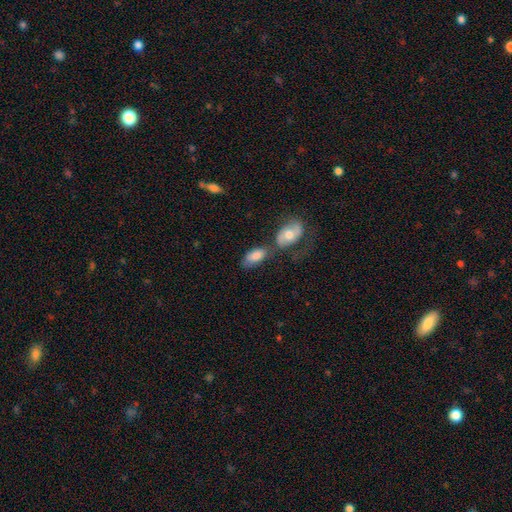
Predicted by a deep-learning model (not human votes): A smooth galaxy with no disk features (78%) that is in between round and cigar-shaped (92%). Merging: none (41%).